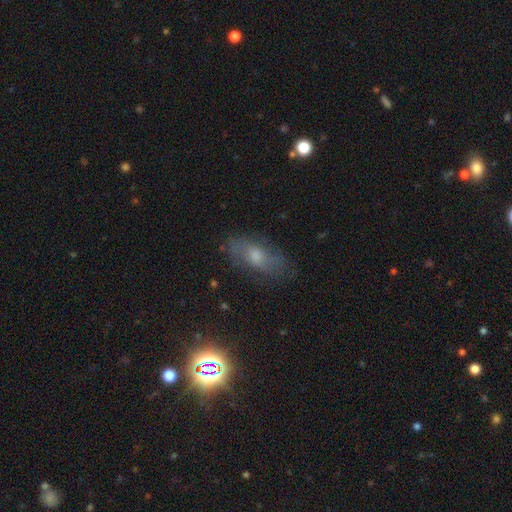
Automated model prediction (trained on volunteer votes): Q: Smooth or featured?
A: featured or disk (40%); runner-up: smooth (39%)
Q: Merging?
A: none (77%); runner-up: minor disturbance (16%)